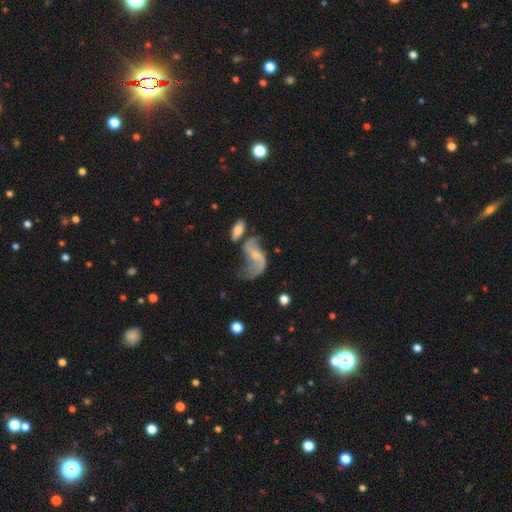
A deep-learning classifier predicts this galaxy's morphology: smooth_or_featured: featured or disk (p=0.74) [alt: smooth p=0.18]
disk_edge_on: no (p=0.96) [alt: yes p=0.04]
bar: no (p=0.51) [alt: weak p=0.37]
has_spiral_arms: yes (p=0.85) [alt: no p=0.15]
spiral_winding: loose (p=0.84) [alt: medium p=0.12]
spiral_arm_count: 2 (p=0.78) [alt: 1 p=0.14]
bulge_size: small (p=0.56) [alt: none p=0.22]
merging: major disturbance (p=0.32) [alt: none p=0.29]